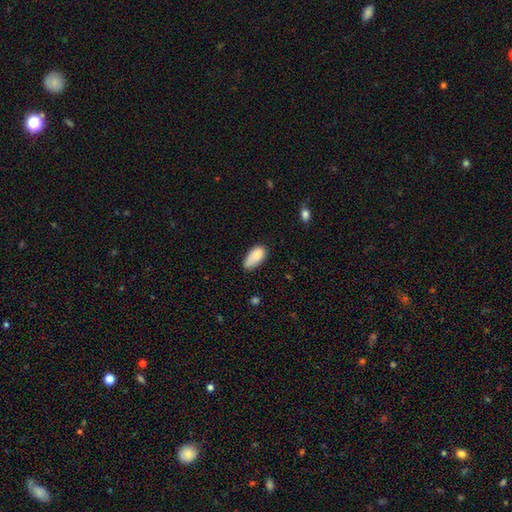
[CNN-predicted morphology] Smooth or featured? Predicted: smooth (p=0.85). How rounded? Predicted: in between (p=0.90). Merging? Predicted: none (p=0.57).